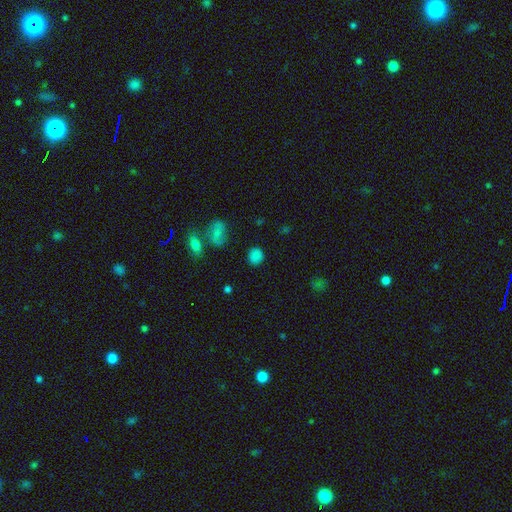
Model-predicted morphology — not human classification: Smooth or featured?
  - smooth: 81% *
  - star or artifact: 14%
  - featured or disk: 6%
How rounded?
  - round: 79% *
  - in between: 20%
  - cigar-shaped: 1%
Merging?
  - none: 81% *
  - minor disturbance: 11%
  - major disturbance: 4%
  - merger: 4%